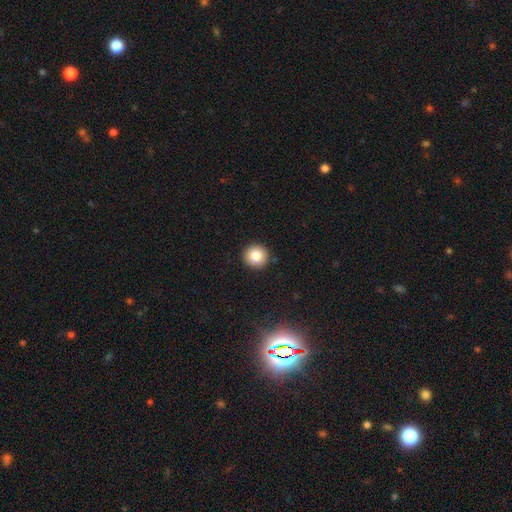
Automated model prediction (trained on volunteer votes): Q: Smooth or featured?
A: smooth (83%); runner-up: star or artifact (10%)
Q: How rounded?
A: round (95%); runner-up: in between (4%)
Q: Merging?
A: none (92%); runner-up: minor disturbance (5%)